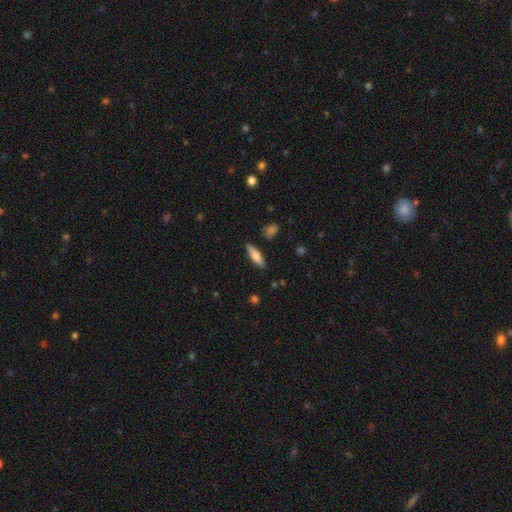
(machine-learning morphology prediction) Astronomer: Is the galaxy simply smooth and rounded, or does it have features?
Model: smooth — 63%.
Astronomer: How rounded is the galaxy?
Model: cigar-shaped — 58% (runner-up: in between, 40%).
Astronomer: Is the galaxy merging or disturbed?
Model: none — 84%.